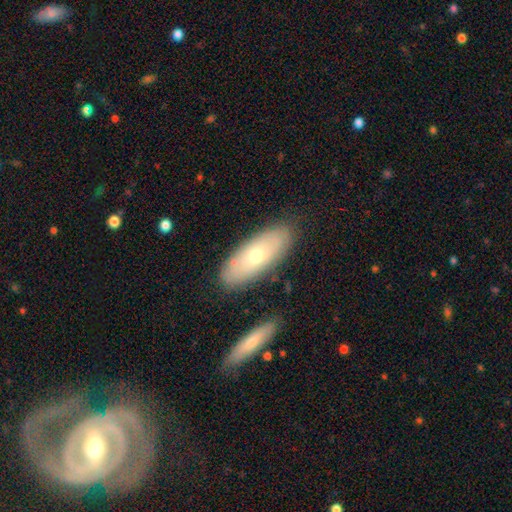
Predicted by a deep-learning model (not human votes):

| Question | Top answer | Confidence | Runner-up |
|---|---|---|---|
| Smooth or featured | smooth | 60% | featured or disk (33%) |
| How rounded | in between | 79% | cigar-shaped (18%) |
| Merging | none | 82% | minor disturbance (12%) |